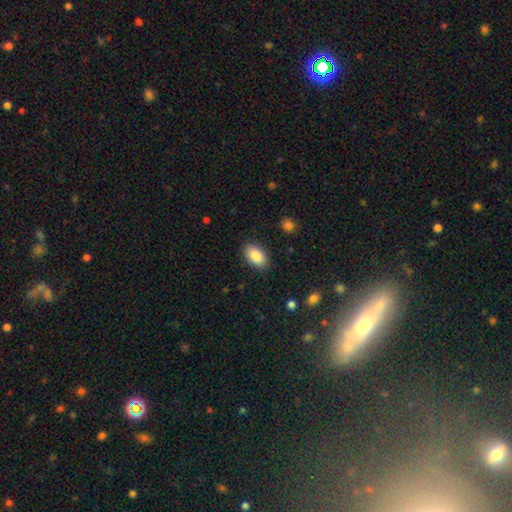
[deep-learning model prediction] Smooth or featured? smooth (88%)
How rounded? in between (93%)
Merging? none (87%)